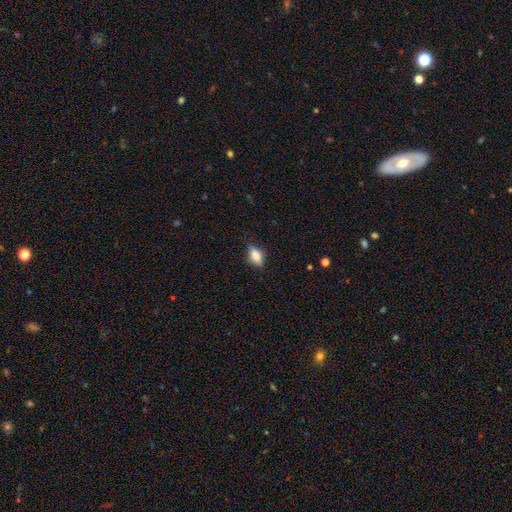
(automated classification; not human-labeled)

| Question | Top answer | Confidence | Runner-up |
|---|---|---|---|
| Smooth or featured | smooth | 72% | featured or disk (19%) |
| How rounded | in between | 81% | round (10%) |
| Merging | none | 74% | minor disturbance (20%) |